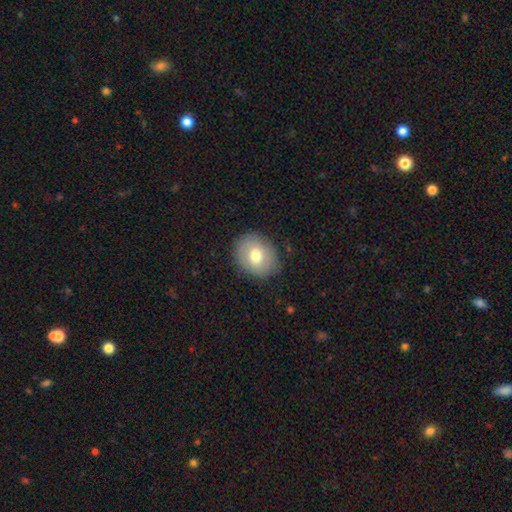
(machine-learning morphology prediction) This is likely a smooth galaxy (70%). How rounded: possibly round (54%). Merging: clearly none (83%).